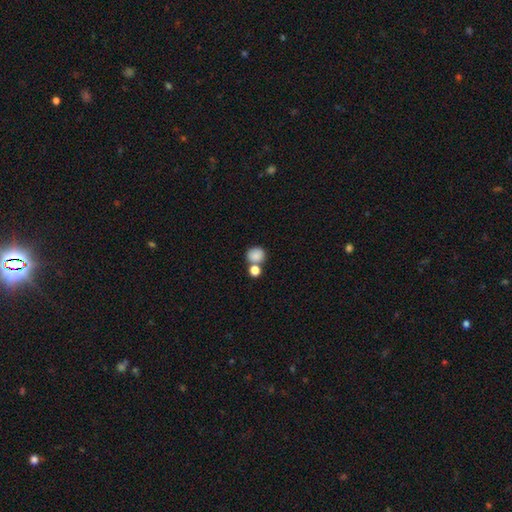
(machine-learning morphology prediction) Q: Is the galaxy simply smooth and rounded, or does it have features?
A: smooth — 85%.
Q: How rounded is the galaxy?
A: round — 76%.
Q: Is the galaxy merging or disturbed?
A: none — 55%.